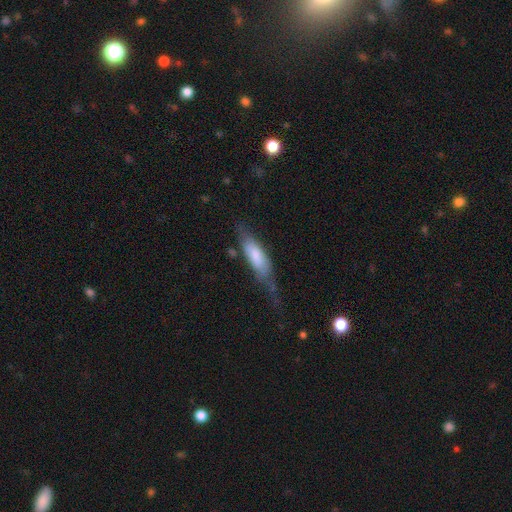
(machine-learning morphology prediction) smooth_or_featured: smooth (p=0.63) [alt: featured or disk p=0.31]
how_rounded: in between (p=0.51) [alt: cigar-shaped p=0.47]
merging: none (p=0.39) [alt: minor disturbance p=0.33]